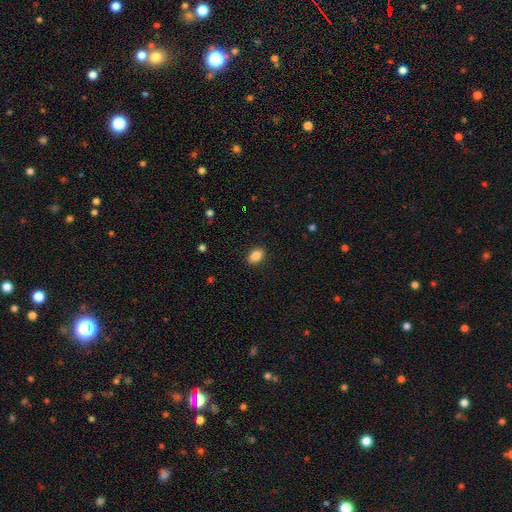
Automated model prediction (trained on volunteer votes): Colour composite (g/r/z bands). It shows a smooth galaxy with no disk features (86%) that is in between round and cigar-shaped (80%). Merging: none (89%).